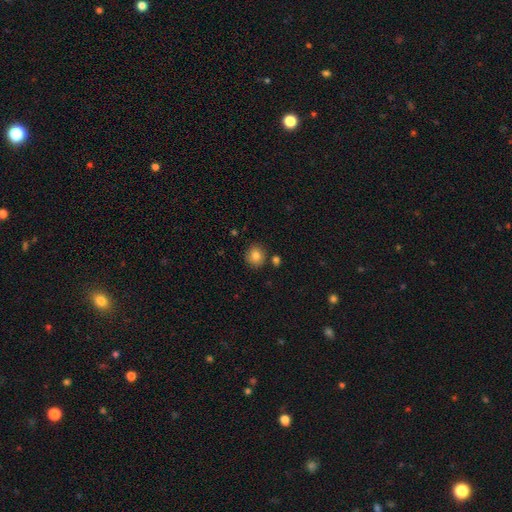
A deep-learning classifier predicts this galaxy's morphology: This appears to be a smooth galaxy with no disk features (84%) that is round (88%). Merging: none (84%).